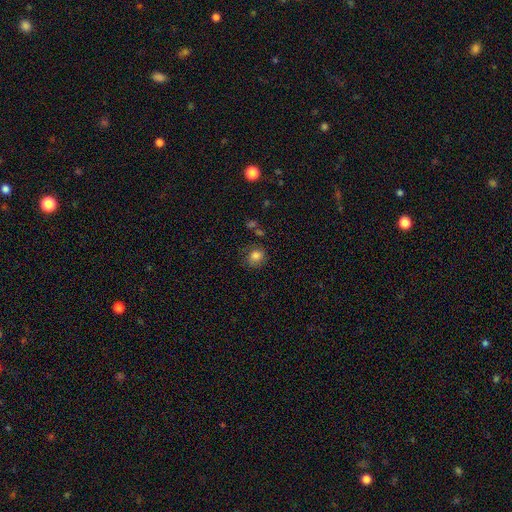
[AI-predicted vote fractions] Morphology: type=smooth (79%); roundness=round (77%); merging=none (76%).